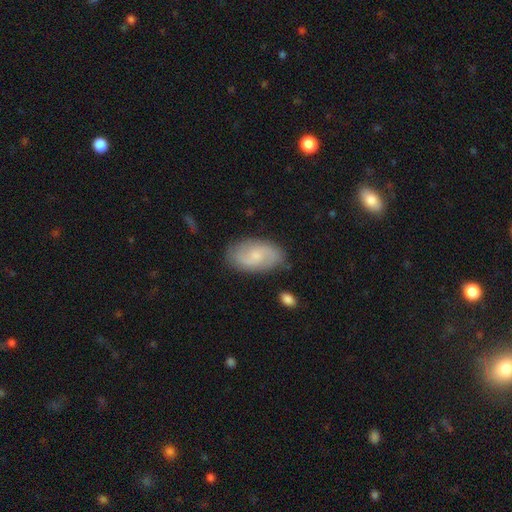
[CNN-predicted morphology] A featured or disk galaxy (62%) with no bar (56%), 2 (83%) medium (44%) spiral arms (90%) and a small central bulge (65%).

Vote fractions:
- Smooth or featured? featured or disk: 62% / smooth: 32% / star or artifact: 6%
- Edge-on disk? no: 96% / yes: 4%
- Bar? no: 56% / weak: 39% / strong: 5%
- Spiral arms? yes: 90% / no: 10%
- Spiral winding? medium: 44% / loose: 31% / tight: 25%
- Spiral arm count? 2: 83% / can't tell: 11% / 3: 2% / 1: 2% / 4: 1% / more than 4: 1%
- Bulge size? small: 65% / moderate: 27% / none: 6% / large: 1% / dominant: 1%
- Merging? none: 81% / minor disturbance: 14% / major disturbance: 3% / merger: 2%